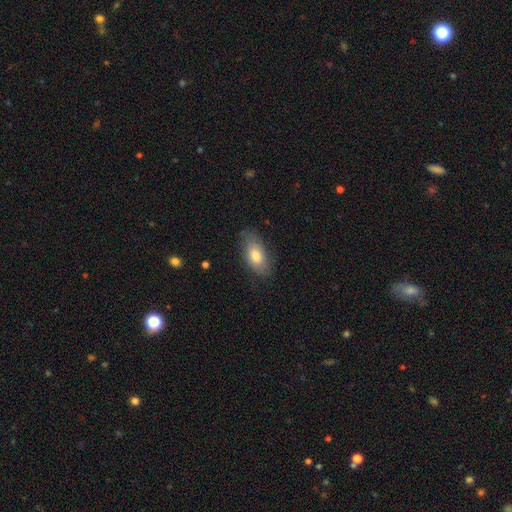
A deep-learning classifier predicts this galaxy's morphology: Smooth or featured?
  - smooth: 74% *
  - featured or disk: 20%
  - star or artifact: 7%
How rounded?
  - in between: 89% *
  - cigar-shaped: 7%
  - round: 4%
Merging?
  - none: 75% *
  - minor disturbance: 20%
  - major disturbance: 4%
  - merger: 1%